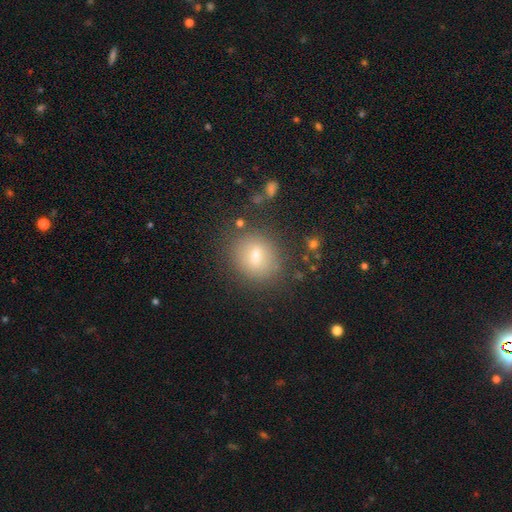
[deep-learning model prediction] smooth 68%, featured or disk 18%, star or artifact 14%. Down the decision tree: how rounded — round (72%); merging — none (82%).